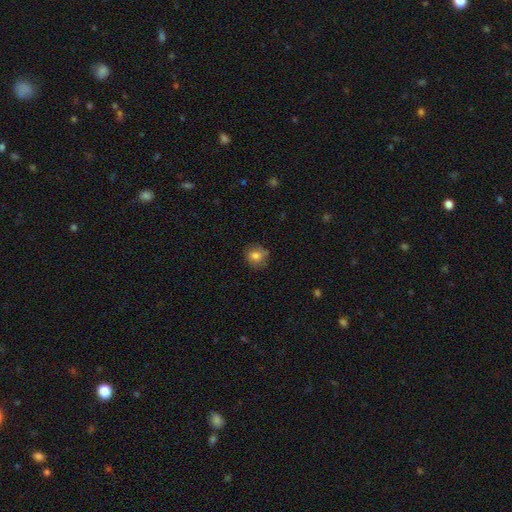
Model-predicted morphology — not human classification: Smooth or featured: smooth — 80% (star or artifact — 11%)
How rounded: round — 84% (in between — 15%)
Merging: none — 80% (minor disturbance — 16%)